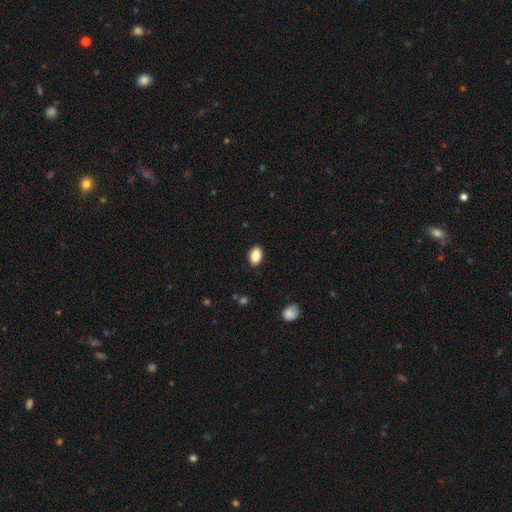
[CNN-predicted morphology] Smooth or featured? Predicted: smooth (p=0.89). How rounded? Predicted: in between (p=0.90). Merging? Predicted: none (p=0.89).